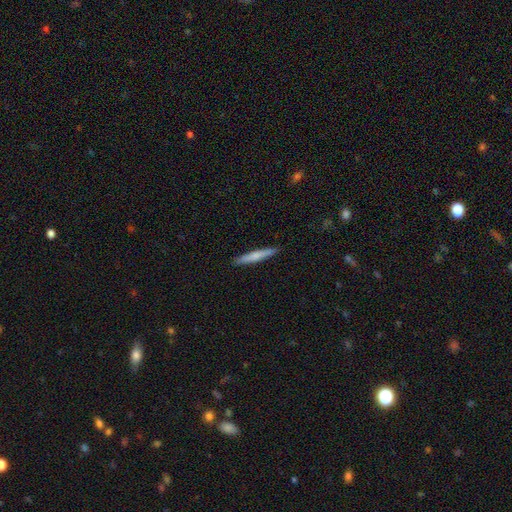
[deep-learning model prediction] smooth-or-featured: smooth: 65% | featured or disk: 30% | star or artifact: 5%
  how-rounded: cigar-shaped: 95% | in between: 4% | round: 1%
  merging: none: 91% | minor disturbance: 6% | major disturbance: 1% | merger: 1%